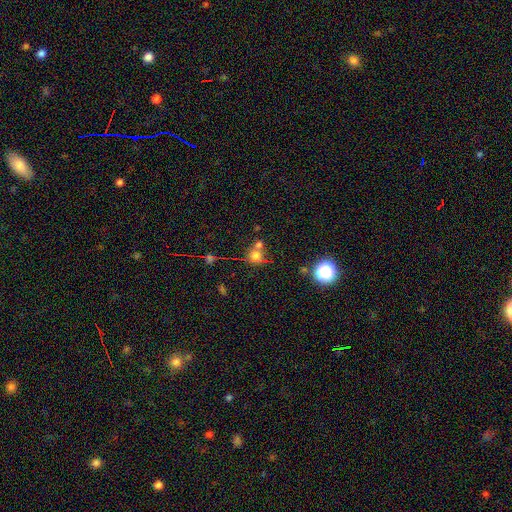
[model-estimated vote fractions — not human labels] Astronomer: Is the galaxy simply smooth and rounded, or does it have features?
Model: smooth — 72%.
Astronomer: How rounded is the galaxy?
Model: round — 87%.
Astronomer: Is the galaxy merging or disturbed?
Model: none — 50% (runner-up: merger, 36%).